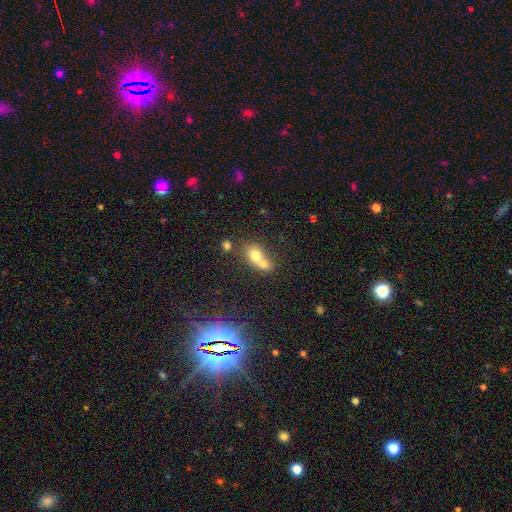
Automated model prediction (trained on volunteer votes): smooth 69%, featured or disk 19%, star or artifact 12%. Down the decision tree: how rounded — in between (52%); merging — merger (66%).